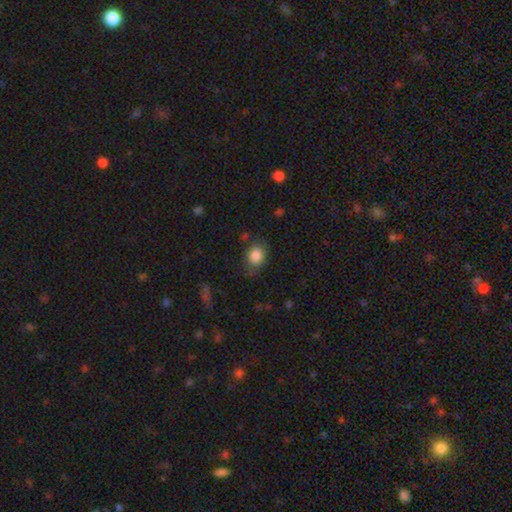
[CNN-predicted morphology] Smooth or featured? Predicted: smooth (p=0.85). How rounded? Predicted: in between (p=0.50). Merging? Predicted: none (p=0.71).